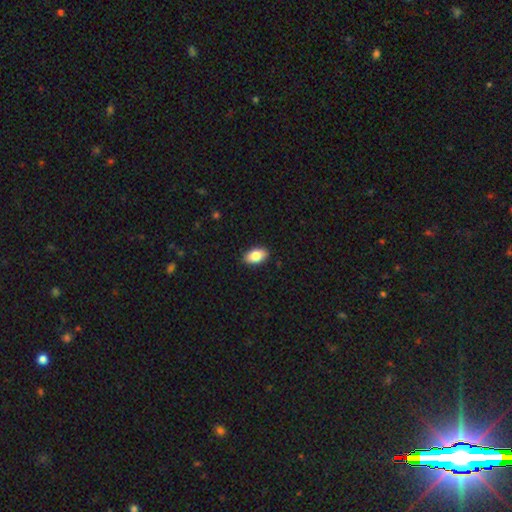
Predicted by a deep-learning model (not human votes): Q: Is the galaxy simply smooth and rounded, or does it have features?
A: smooth — 85%.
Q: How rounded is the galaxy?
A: in between — 92%.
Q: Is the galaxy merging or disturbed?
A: none — 90%.